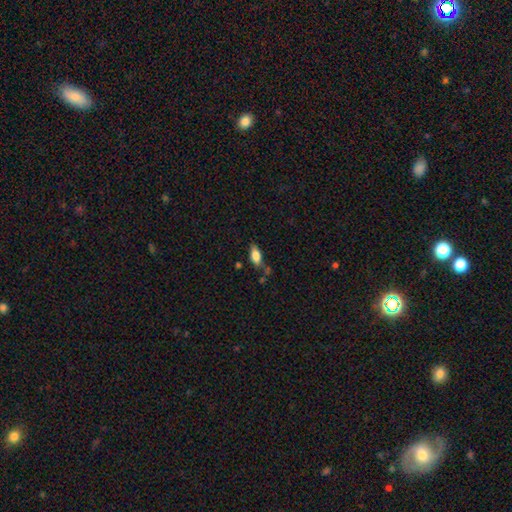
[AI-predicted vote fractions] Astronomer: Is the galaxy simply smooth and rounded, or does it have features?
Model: smooth — 81%.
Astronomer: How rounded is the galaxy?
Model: in between — 87%.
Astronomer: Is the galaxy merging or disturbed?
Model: none — 63%.